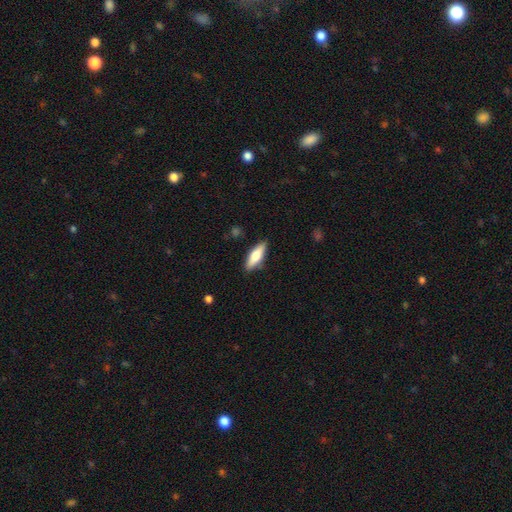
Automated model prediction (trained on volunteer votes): Smooth or featured?
  - smooth: 66% *
  - featured or disk: 28%
  - star or artifact: 6%
How rounded?
  - in between: 53% *
  - cigar-shaped: 45%
  - round: 2%
Merging?
  - none: 87% *
  - minor disturbance: 10%
  - major disturbance: 2%
  - merger: 1%